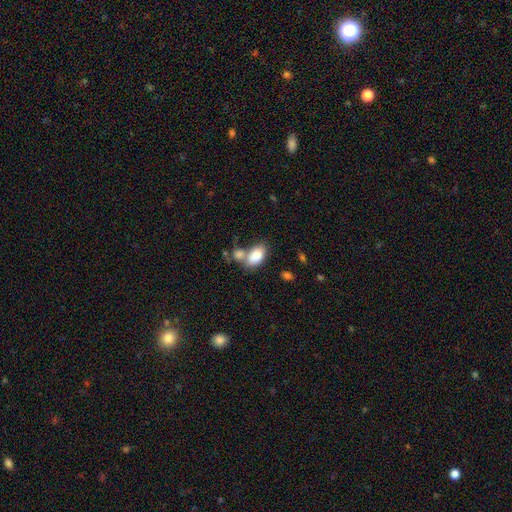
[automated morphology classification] smooth_or_featured: smooth (p=0.84) [alt: featured or disk p=0.09]
how_rounded: in between (p=0.92) [alt: round p=0.07]
merging: merger (p=0.43) [alt: none p=0.38]